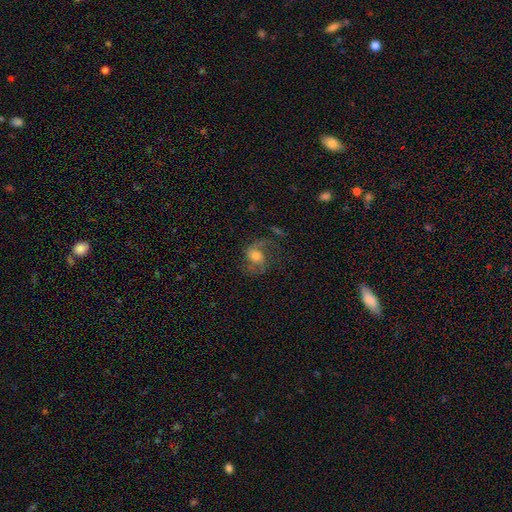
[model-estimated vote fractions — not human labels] smooth-or-featured: featured or disk: 72% | smooth: 20% | star or artifact: 8%
  disk-edge-on: no: 97% | yes: 3%
    bar: no: 57% | weak: 35% | strong: 8%
    has-spiral-arms: yes: 93% | no: 7%
      spiral-winding: loose: 46% | medium: 44% | tight: 10%
      spiral-arm-count: 2: 82% | 1: 9% | can't tell: 4% | 3: 2% | 4: 1% | more than 4: 1%
    bulge-size: moderate: 48% | large: 28% | small: 15% | none: 5% | dominant: 3%
  merging: none: 57% | major disturbance: 22% | minor disturbance: 18% | merger: 2%